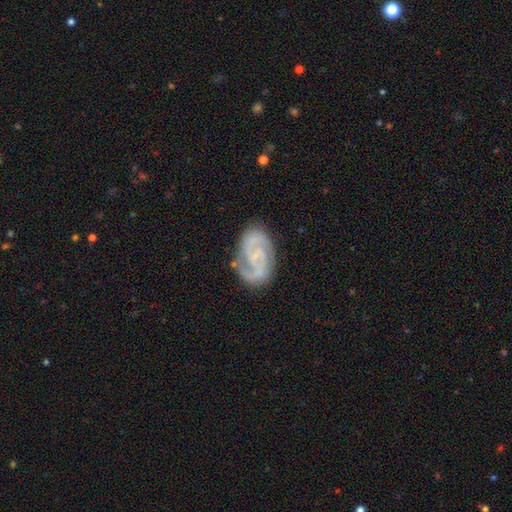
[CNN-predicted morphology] The model was most divided on "spiral winding" (2-way tie): tight: 44%, medium: 44%, loose: 11%. Remaining: edge-on disk — no (98%); spiral arms — yes (97%); smooth or featured — featured or disk (86%); spiral arm count — 2 (76%); merging — none (76%); bulge size — small (46%); bar — no (45%).